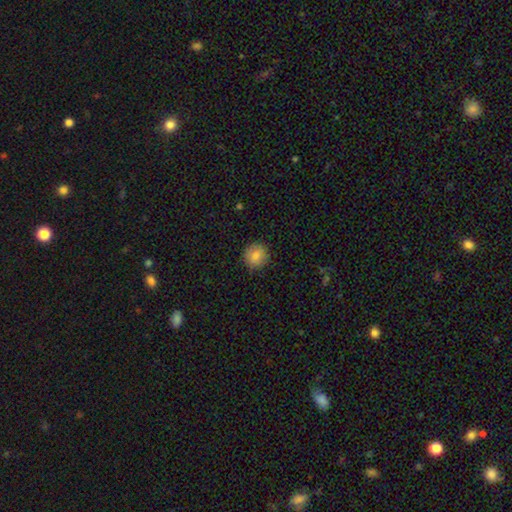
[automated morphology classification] A smooth galaxy with no disk features (84%) that is round (92%). Merging: none (88%).